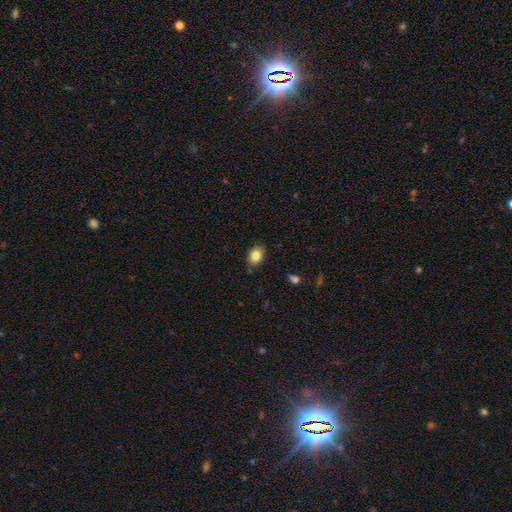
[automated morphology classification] Smooth or featured?
  - smooth: 83% *
  - star or artifact: 9%
  - featured or disk: 8%
How rounded?
  - in between: 75% *
  - round: 24%
  - cigar-shaped: 1%
Merging?
  - none: 83% *
  - minor disturbance: 12%
  - major disturbance: 2%
  - merger: 2%